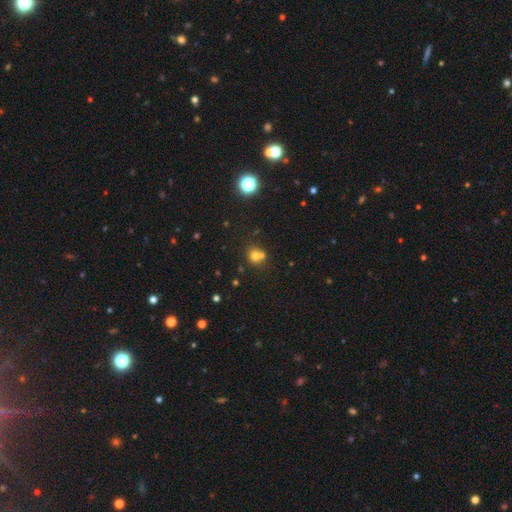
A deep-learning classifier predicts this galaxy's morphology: A smooth galaxy with no disk features (69%) that is round (80%).

Vote fractions:
- Smooth or featured? smooth: 69% / star or artifact: 18% / featured or disk: 13%
- How rounded? round: 80% / in between: 19% / cigar-shaped: 1%
- Merging? none: 46% / merger: 43% / minor disturbance: 8% / major disturbance: 3%